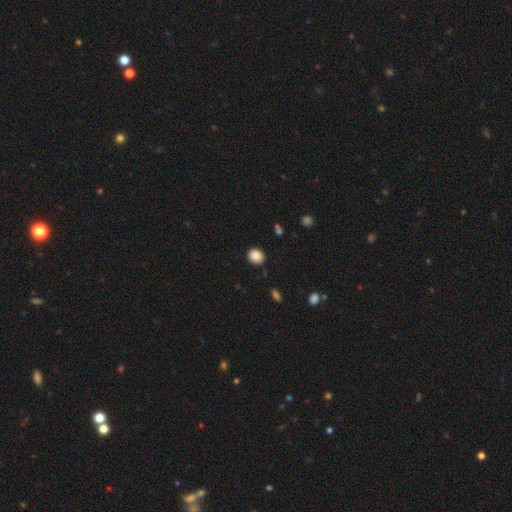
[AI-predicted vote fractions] Q: Smooth or featured?
A: smooth (87%); runner-up: star or artifact (9%)
Q: How rounded?
A: round (66%); runner-up: in between (33%)
Q: Merging?
A: none (88%); runner-up: minor disturbance (8%)